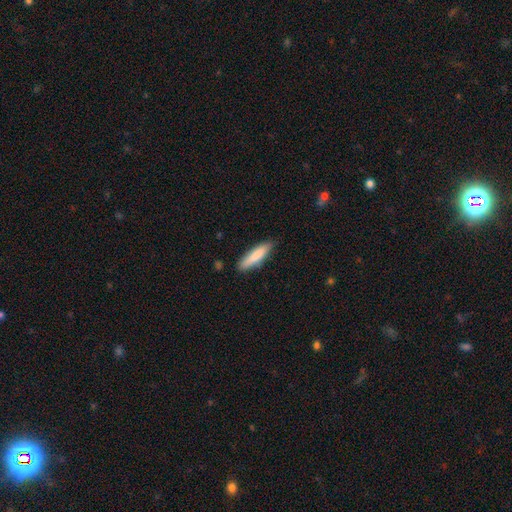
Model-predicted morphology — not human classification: A smooth galaxy with no disk features (83%) that is cigar-shaped (76%). Merging: none (84%).